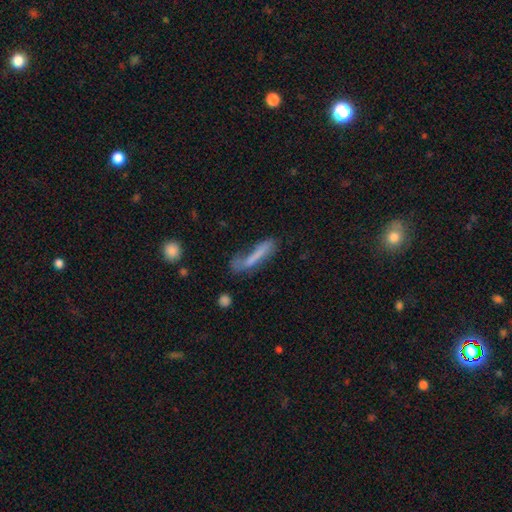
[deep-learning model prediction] The model was most divided on "merging": none: 41%, minor disturbance: 26%, major disturbance: 24%, merger: 9%. More confident: how rounded — cigar-shaped (83%); smooth or featured — smooth (62%).